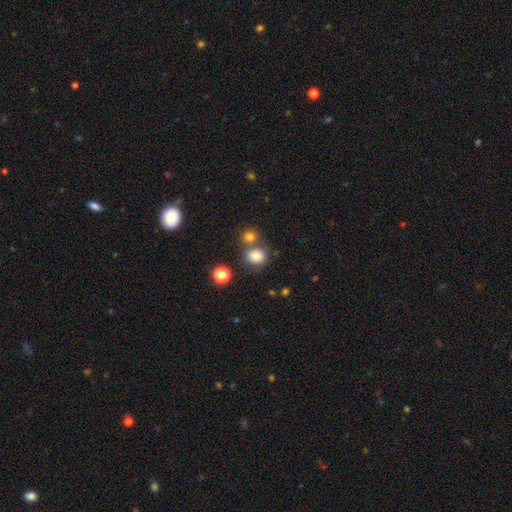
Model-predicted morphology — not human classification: smooth-or-featured: smooth: 81% | star or artifact: 13% | featured or disk: 6%
  how-rounded: round: 70% | in between: 29% | cigar-shaped: 1%
  merging: none: 60% | merger: 26% | minor disturbance: 10% | major disturbance: 4%